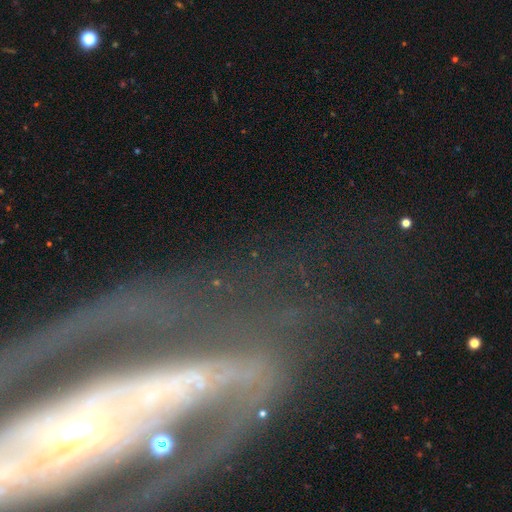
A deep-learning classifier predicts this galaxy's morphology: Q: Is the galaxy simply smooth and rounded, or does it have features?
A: featured or disk — 75%.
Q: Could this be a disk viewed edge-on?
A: no — 82%.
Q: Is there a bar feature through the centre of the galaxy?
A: strong — 46%.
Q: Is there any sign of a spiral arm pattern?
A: yes — 74%.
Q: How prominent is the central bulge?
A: small — 42%.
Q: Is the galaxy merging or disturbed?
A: none — 56%.